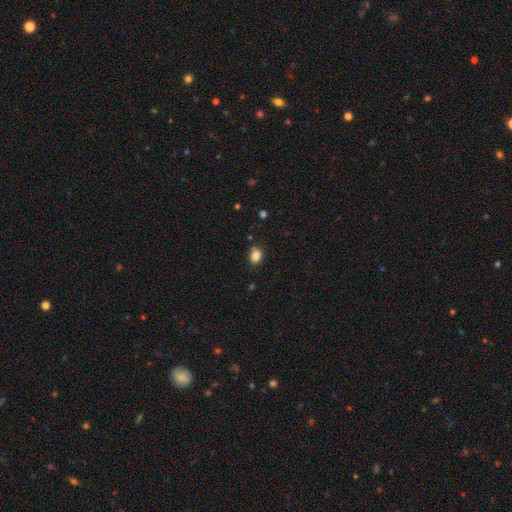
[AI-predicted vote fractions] smooth-or-featured: smooth: 85% | star or artifact: 10% | featured or disk: 4%
  how-rounded: in between: 68% | round: 31% | cigar-shaped: 1%
  merging: none: 74% | minor disturbance: 19% | major disturbance: 4% | merger: 3%